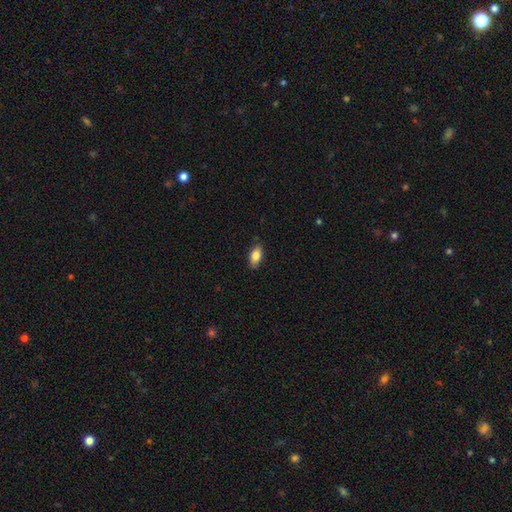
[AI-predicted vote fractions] smooth-or-featured: smooth: 83% | featured or disk: 10% | star or artifact: 7%
  how-rounded: in between: 88% | cigar-shaped: 8% | round: 4%
  merging: none: 85% | minor disturbance: 11% | major disturbance: 2% | merger: 1%